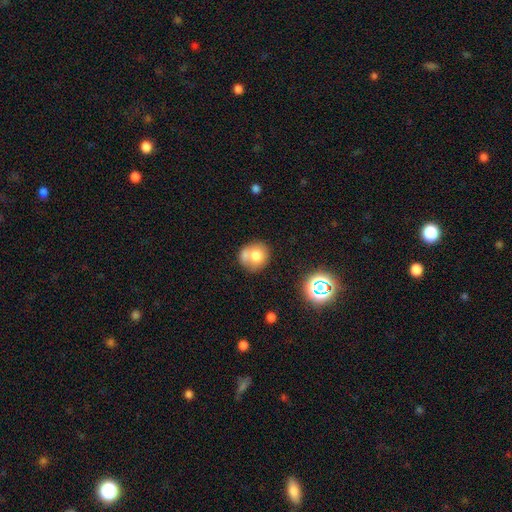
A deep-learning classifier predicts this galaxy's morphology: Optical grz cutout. It shows a smooth galaxy with no disk features (71%) that is round (77%). Merging: none (43%).